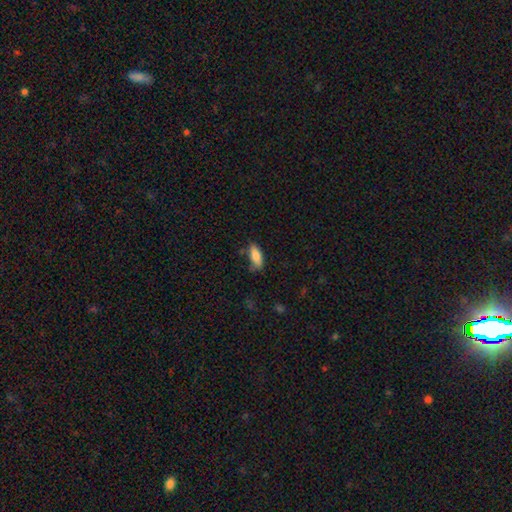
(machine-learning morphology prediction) A smooth galaxy with no disk features (83%) that is in between round and cigar-shaped (73%). Merging: none (69%).